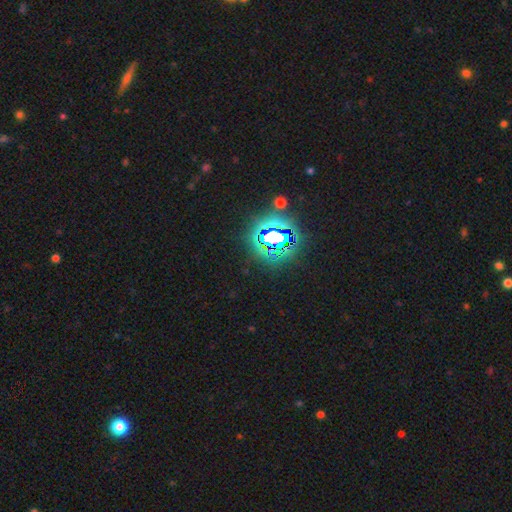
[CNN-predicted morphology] type=star or artifact (80%).